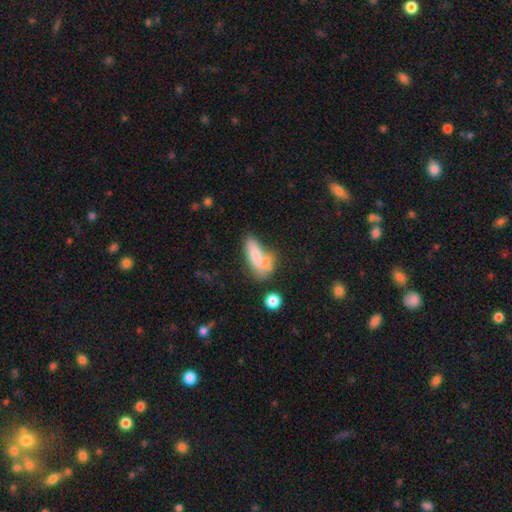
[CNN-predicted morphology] Smooth or featured? smooth (69%)
How rounded? in between (72%)
Merging? merger (40%)